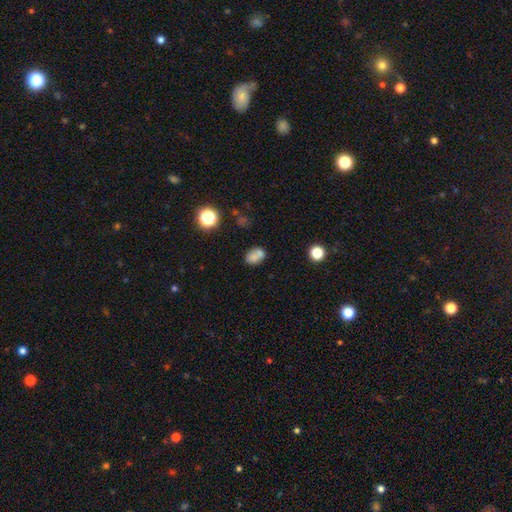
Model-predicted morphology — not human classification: Smooth or featured?
  - smooth: 71% *
  - featured or disk: 16%
  - star or artifact: 12%
How rounded?
  - in between: 66% *
  - round: 33%
  - cigar-shaped: 1%
Merging?
  - none: 42% *
  - merger: 37%
  - minor disturbance: 14%
  - major disturbance: 6%